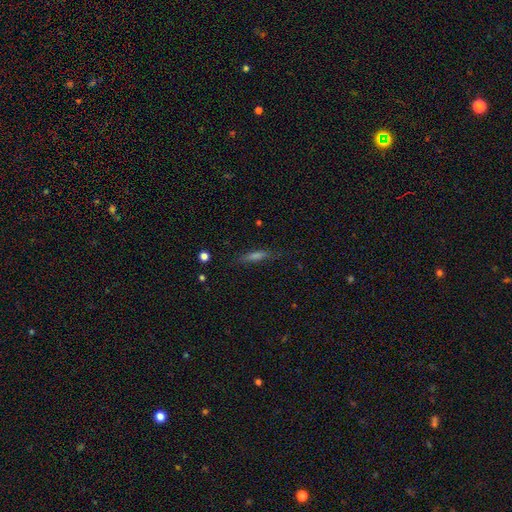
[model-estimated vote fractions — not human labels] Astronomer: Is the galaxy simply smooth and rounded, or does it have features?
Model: smooth — 49% (runner-up: featured or disk, 36%).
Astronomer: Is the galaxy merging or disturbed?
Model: none — 78%.